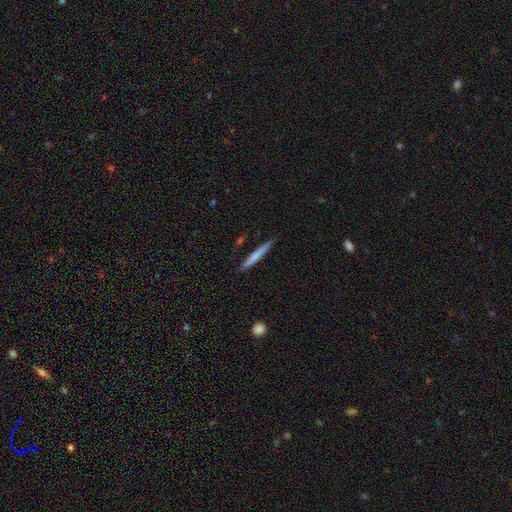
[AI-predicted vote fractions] smooth_or_featured: smooth (p=0.65) [alt: featured or disk p=0.30]
how_rounded: cigar-shaped (p=0.96) [alt: in between p=0.03]
merging: none (p=0.87) [alt: minor disturbance p=0.10]